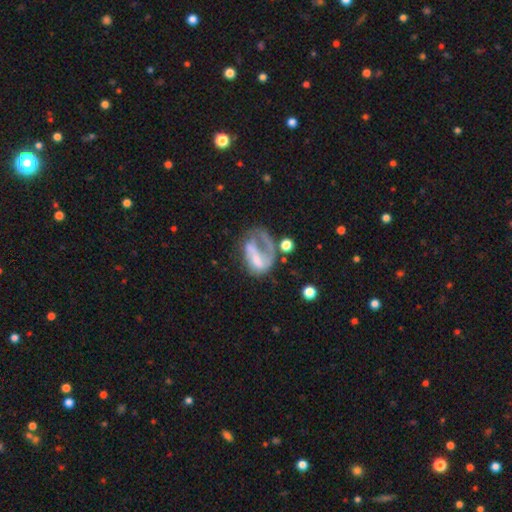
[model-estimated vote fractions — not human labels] Q: Smooth or featured?
A: featured or disk (60%); runner-up: smooth (30%)
Q: Edge-on disk?
A: no (97%); runner-up: yes (3%)
Q: Bar?
A: no (57%); runner-up: weak (27%)
Q: Spiral arms?
A: yes (50%); tied with: no (50%)
Q: Bulge size?
A: none (49%); runner-up: small (22%)
Q: Merging?
A: major disturbance (48%); runner-up: none (24%)